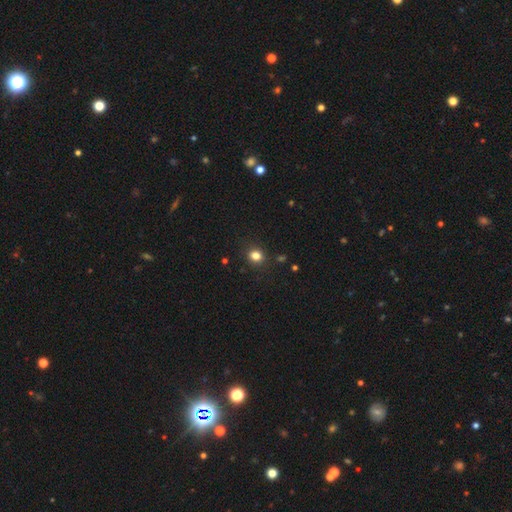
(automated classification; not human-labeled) Smooth or featured? Predicted: smooth (p=0.81). How rounded? Predicted: round (p=0.75). Merging? Predicted: none (p=0.88).